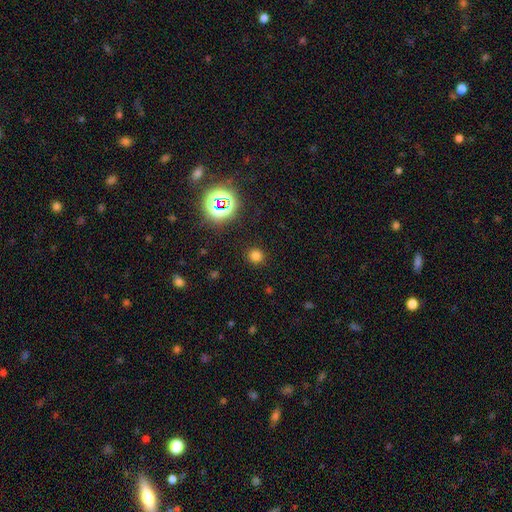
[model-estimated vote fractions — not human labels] smooth-or-featured: smooth: 74% | star or artifact: 21% | featured or disk: 5%
  how-rounded: round: 90% | in between: 9% | cigar-shaped: 1%
  merging: none: 90% | minor disturbance: 6% | major disturbance: 3% | merger: 1%